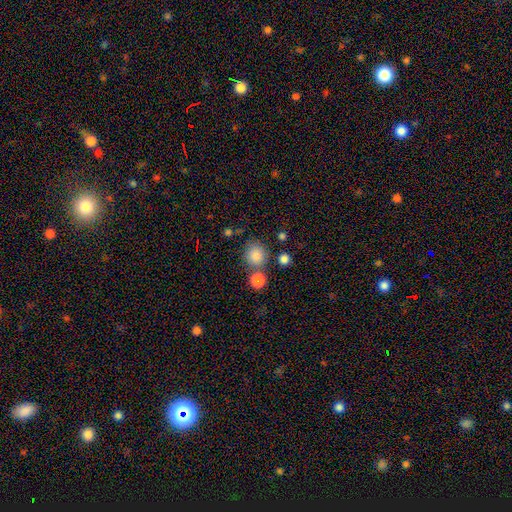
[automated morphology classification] smooth-or-featured: smooth: 84% | star or artifact: 11% | featured or disk: 5%
  how-rounded: round: 85% | in between: 14% | cigar-shaped: 1%
  merging: none: 69% | merger: 15% | minor disturbance: 11% | major disturbance: 4%